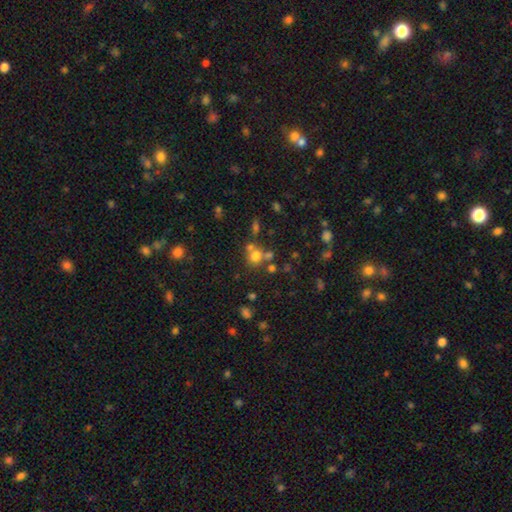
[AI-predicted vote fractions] smooth-or-featured: smooth: 66% | star or artifact: 20% | featured or disk: 14%
  how-rounded: round: 82% | in between: 17% | cigar-shaped: 1%
  merging: none: 53% | merger: 32% | minor disturbance: 10% | major disturbance: 6%